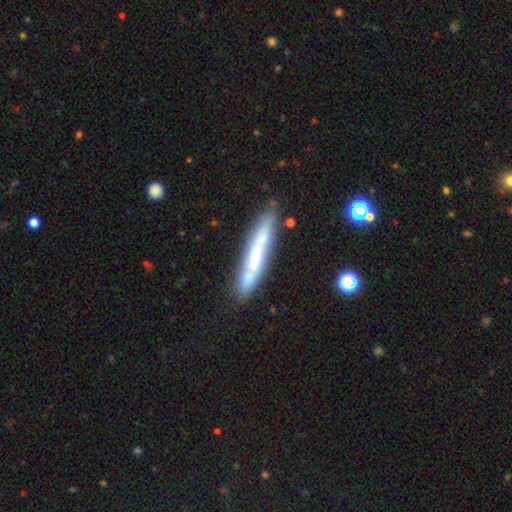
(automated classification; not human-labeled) smooth_or_featured: smooth (p=0.47) [alt: featured or disk p=0.46]
merging: none (p=0.76) [alt: minor disturbance p=0.15]